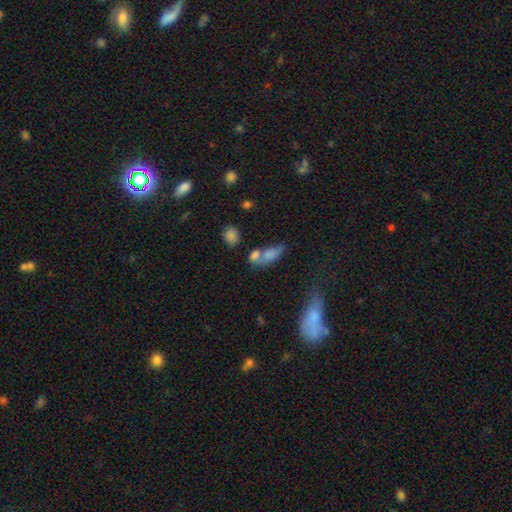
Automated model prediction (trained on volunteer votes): Smooth or featured? smooth (72%)
How rounded? in between (73%)
Merging? merger (51%)